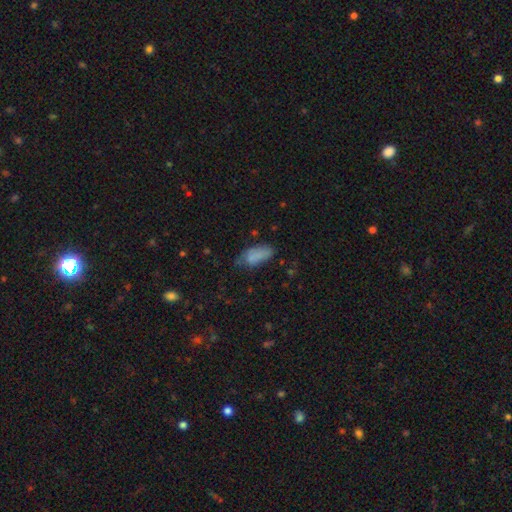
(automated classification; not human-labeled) Smooth or featured? Predicted: smooth (p=0.80). How rounded? Predicted: in between (p=0.87). Merging? Predicted: none (p=0.49).